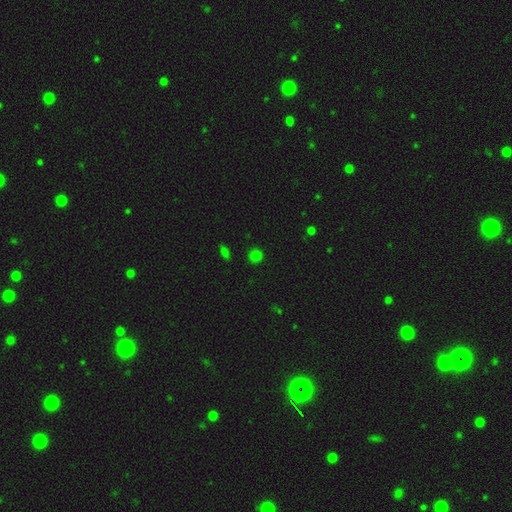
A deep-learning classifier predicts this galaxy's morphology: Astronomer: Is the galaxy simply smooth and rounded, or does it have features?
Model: smooth — 73%.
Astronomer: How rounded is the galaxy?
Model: round — 89%.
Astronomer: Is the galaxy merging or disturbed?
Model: none — 86%.